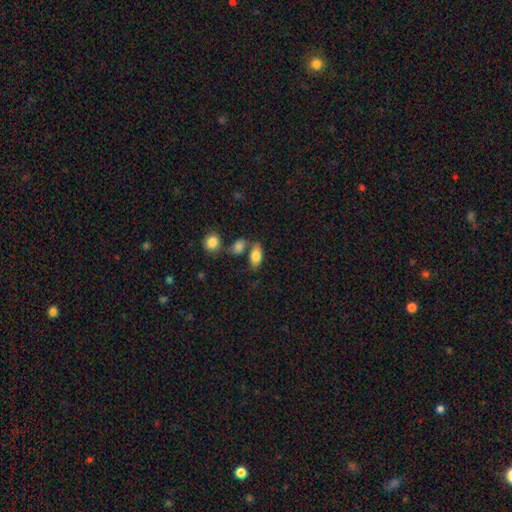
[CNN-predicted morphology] Smooth or featured: smooth — 80% (featured or disk — 12%)
How rounded: in between — 89% (round — 6%)
Merging: none — 64% (merger — 17%)